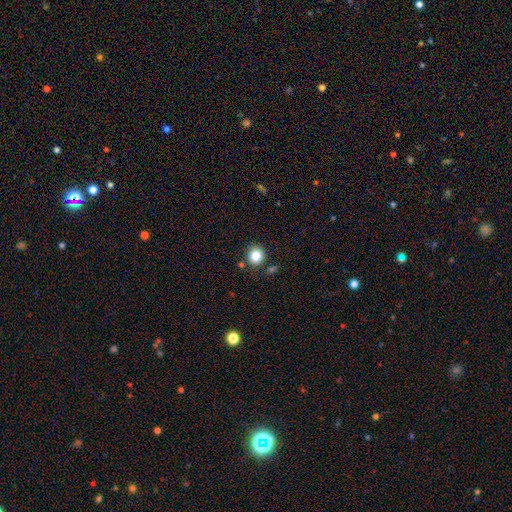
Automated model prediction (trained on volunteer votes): A smooth galaxy with no disk features (85%) that is round (85%). Merging: none (83%).